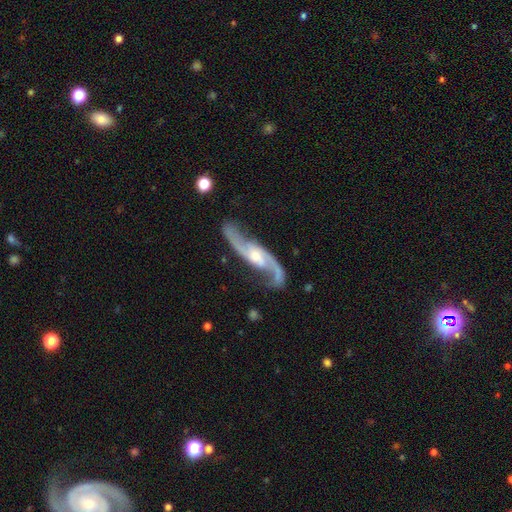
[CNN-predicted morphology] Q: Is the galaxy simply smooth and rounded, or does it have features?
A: featured or disk — 91%.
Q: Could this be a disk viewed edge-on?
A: no — 89%.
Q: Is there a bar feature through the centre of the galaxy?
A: no — 44%.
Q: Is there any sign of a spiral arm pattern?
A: yes — 98%.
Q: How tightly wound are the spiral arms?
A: loose — 56%.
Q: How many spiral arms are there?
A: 2 — 93%.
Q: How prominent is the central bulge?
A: moderate — 53%.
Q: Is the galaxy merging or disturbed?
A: none — 75%.